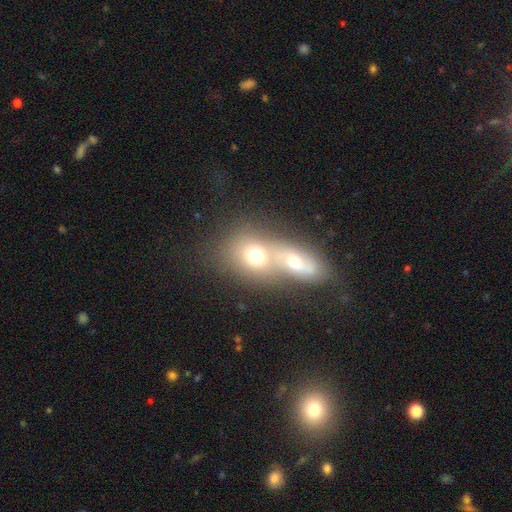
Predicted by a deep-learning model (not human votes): Morphology: type=smooth (68%); roundness=round (50%); merging=merger (66%).